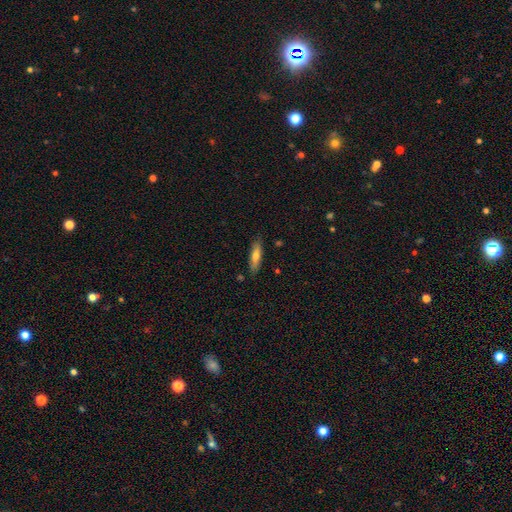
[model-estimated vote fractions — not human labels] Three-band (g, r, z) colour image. It shows a smooth galaxy with no disk features (66%) that is cigar-shaped (67%). Merging: none (83%).